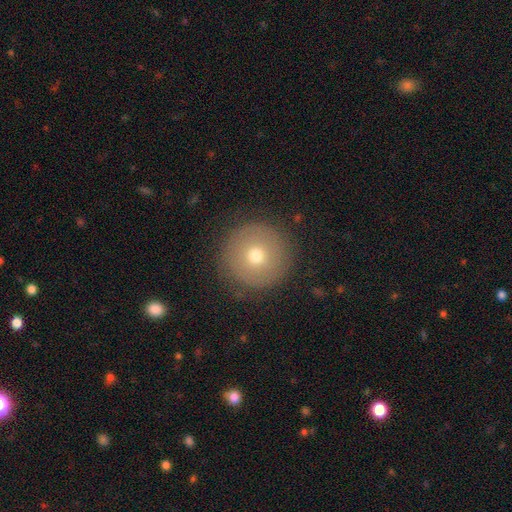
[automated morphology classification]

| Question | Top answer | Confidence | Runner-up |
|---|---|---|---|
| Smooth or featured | smooth | 66% | featured or disk (21%) |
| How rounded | round | 96% | in between (3%) |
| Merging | none | 87% | minor disturbance (8%) |